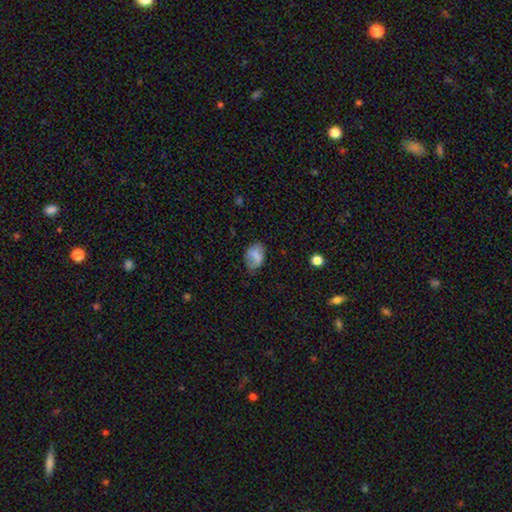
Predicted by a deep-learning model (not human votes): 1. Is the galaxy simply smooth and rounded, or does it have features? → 75% smooth, 16% featured or disk, 9% star or artifact.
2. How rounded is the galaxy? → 80% in between, 19% round, 1% cigar-shaped.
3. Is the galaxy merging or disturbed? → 64% none, 26% minor disturbance, 8% major disturbance, 2% merger.